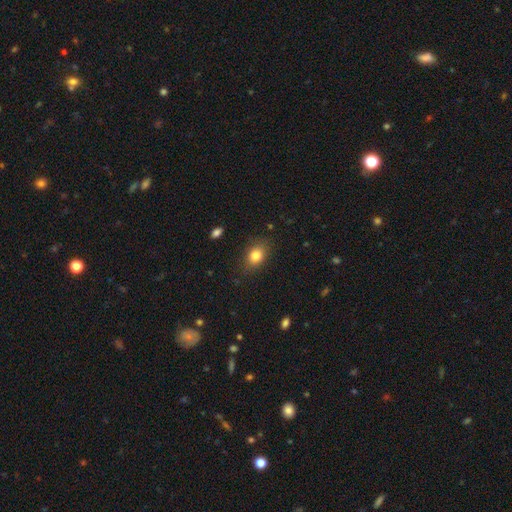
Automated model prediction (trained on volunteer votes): smooth-or-featured: smooth: 82% | star or artifact: 10% | featured or disk: 8%
  how-rounded: in between: 66% | round: 33% | cigar-shaped: 1%
  merging: none: 81% | minor disturbance: 14% | major disturbance: 4% | merger: 1%